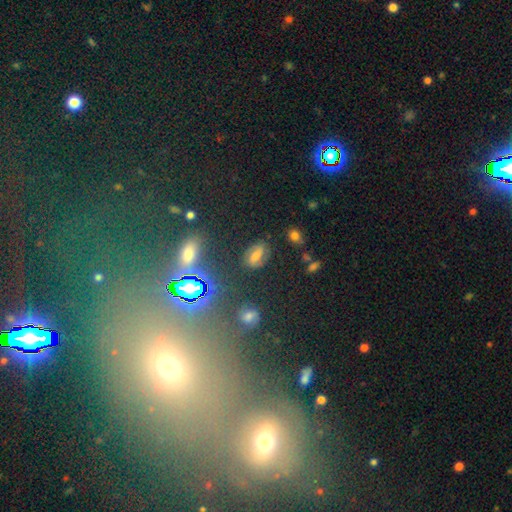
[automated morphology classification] A smooth galaxy with no disk features (50%) that is in between round and cigar-shaped (80%).

Vote fractions:
- Smooth or featured? smooth: 50% / featured or disk: 27% / star or artifact: 23%
- How rounded? in between: 80% / round: 15% / cigar-shaped: 5%
- Merging? none: 77% / minor disturbance: 14% / major disturbance: 6% / merger: 4%